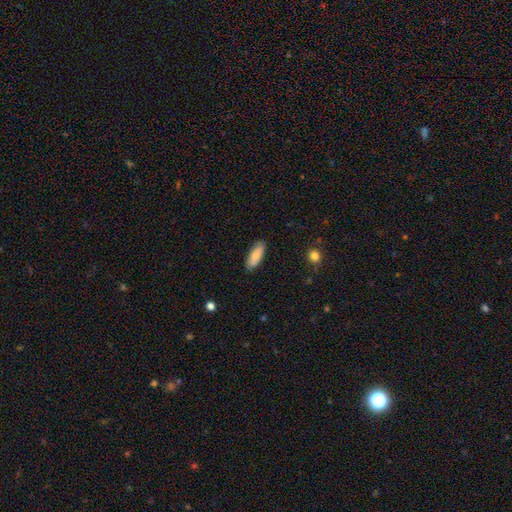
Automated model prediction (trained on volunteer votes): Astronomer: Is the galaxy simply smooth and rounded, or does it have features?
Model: smooth — 83%.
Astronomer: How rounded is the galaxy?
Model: in between — 67%.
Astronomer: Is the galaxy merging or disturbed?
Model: none — 85%.